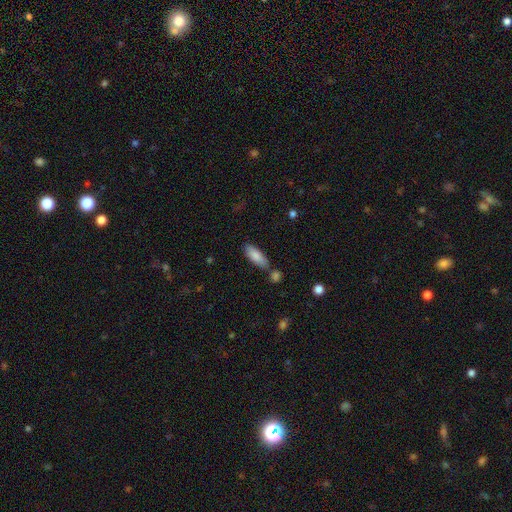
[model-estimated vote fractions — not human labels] Smooth or featured?
  - smooth: 84% *
  - featured or disk: 10%
  - star or artifact: 6%
How rounded?
  - in between: 70% *
  - cigar-shaped: 28%
  - round: 2%
Merging?
  - none: 68% *
  - minor disturbance: 15%
  - merger: 14%
  - major disturbance: 3%